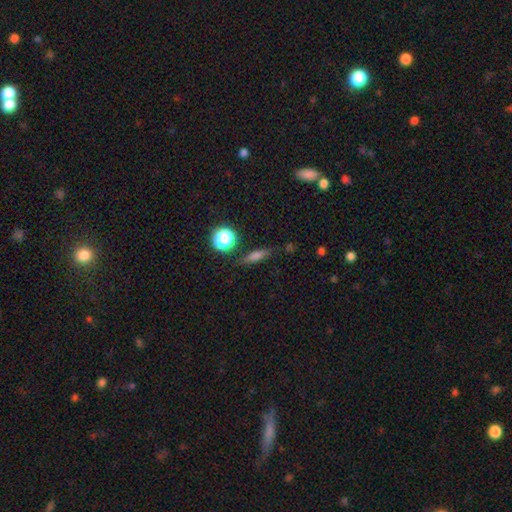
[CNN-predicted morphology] This is likely a smooth galaxy (67%). How rounded: possibly cigar-shaped (55%). Merging: clearly none (81%).